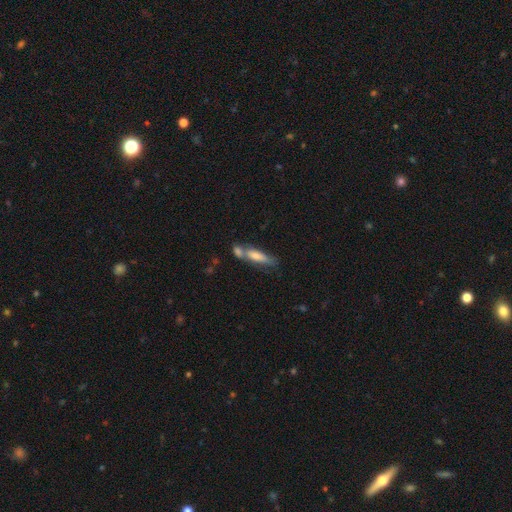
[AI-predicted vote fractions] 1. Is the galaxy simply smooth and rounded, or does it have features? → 66% smooth, 26% featured or disk, 8% star or artifact.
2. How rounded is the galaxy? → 62% cigar-shaped, 35% in between, 2% round.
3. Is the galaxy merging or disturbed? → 40% merger, 39% none, 15% minor disturbance, 6% major disturbance.